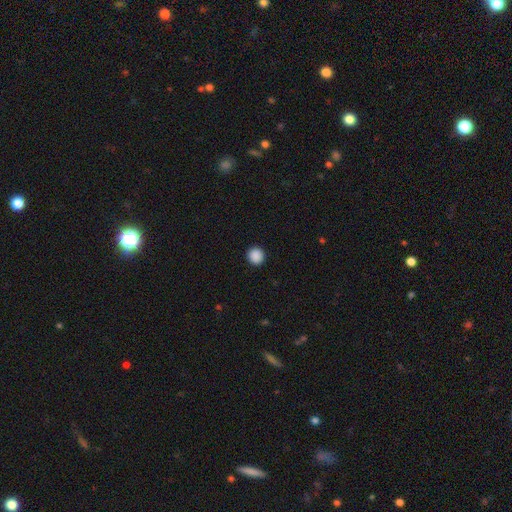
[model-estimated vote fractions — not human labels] A smooth galaxy with no disk features (89%) that is round (90%). Merging: none (92%).